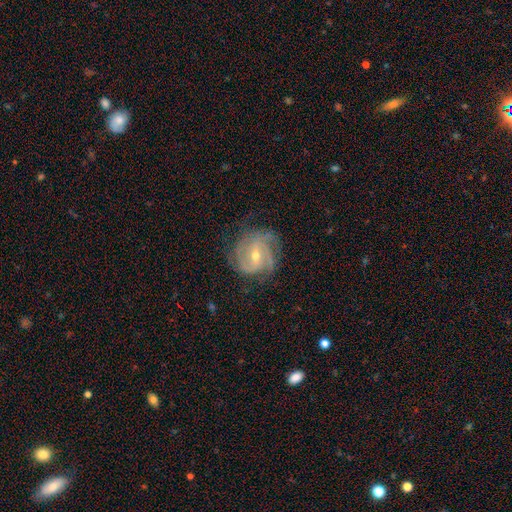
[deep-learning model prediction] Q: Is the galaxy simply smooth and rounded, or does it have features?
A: featured or disk — 87%.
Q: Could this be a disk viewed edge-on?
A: no — 97%.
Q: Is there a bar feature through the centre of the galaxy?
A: weak — 48%.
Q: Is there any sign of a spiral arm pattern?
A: yes — 96%.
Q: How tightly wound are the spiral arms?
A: tight — 46%.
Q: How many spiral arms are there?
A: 3 — 37%.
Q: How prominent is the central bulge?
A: small — 54%.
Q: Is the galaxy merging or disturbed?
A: none — 73%.